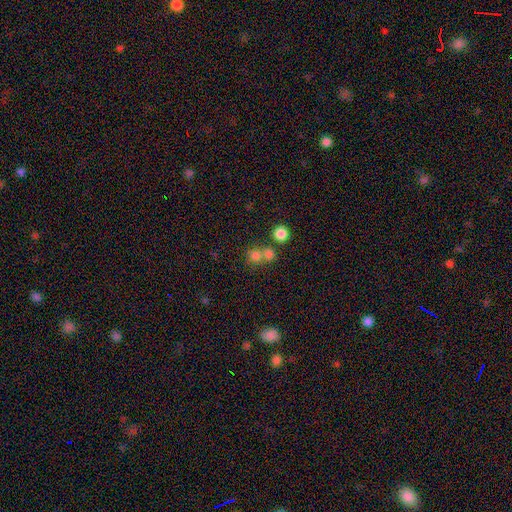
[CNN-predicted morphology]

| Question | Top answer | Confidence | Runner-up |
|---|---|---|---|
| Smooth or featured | smooth | 75% | star or artifact (17%) |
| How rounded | round | 86% | in between (13%) |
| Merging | none | 49% | merger (42%) |